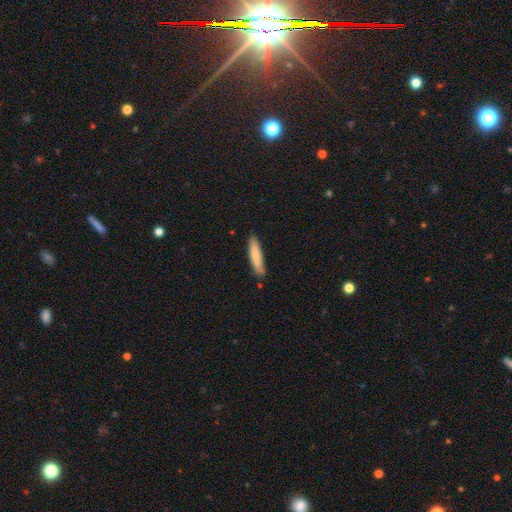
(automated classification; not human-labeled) This is likely a smooth galaxy (77%). How rounded: clearly cigar-shaped (80%). Merging: clearly none (82%).